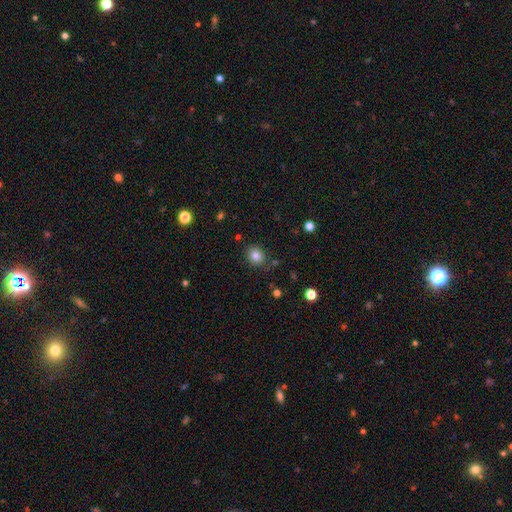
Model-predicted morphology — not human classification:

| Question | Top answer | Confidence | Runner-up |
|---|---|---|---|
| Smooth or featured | smooth | 83% | star or artifact (11%) |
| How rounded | round | 64% | in between (35%) |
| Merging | none | 84% | minor disturbance (11%) |